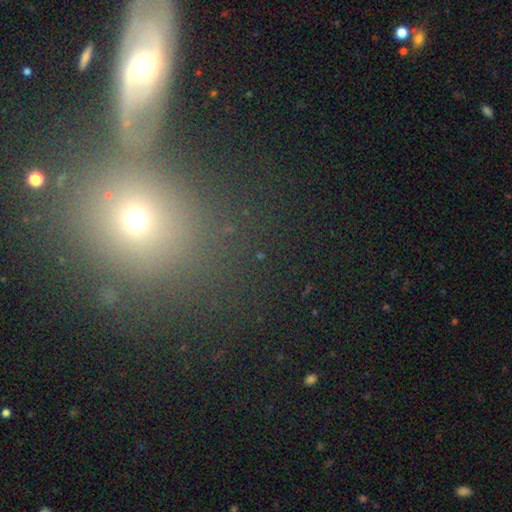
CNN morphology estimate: smooth 46%, star or artifact 36%, featured or disk 18%. Down the decision tree: merging — none (65%).